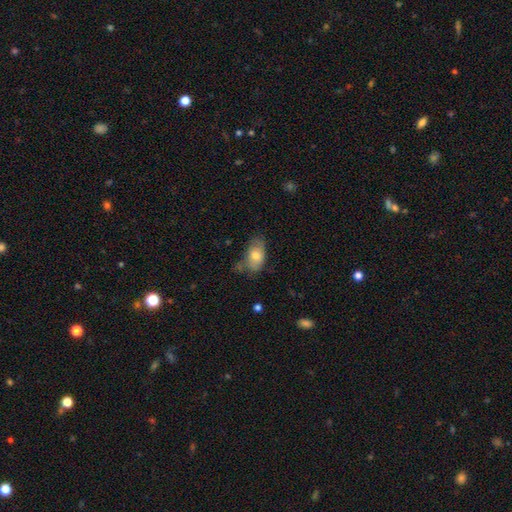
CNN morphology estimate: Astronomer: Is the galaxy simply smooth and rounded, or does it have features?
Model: smooth — 71%.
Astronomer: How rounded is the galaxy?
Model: in between — 91%.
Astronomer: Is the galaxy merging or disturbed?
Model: none — 48% (runner-up: minor disturbance, 34%).